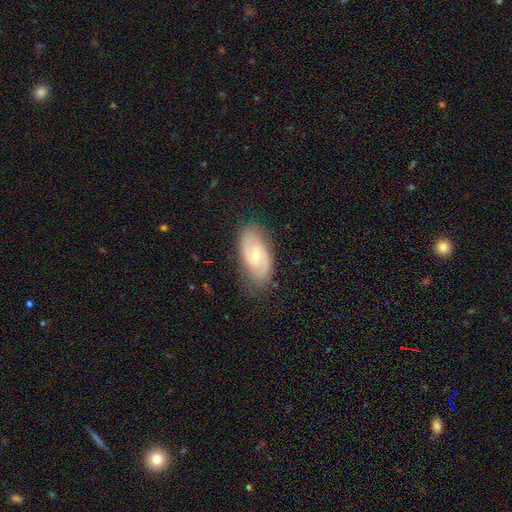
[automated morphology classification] Overall: featured or disk (75%). Edge-on disk: no (94%). Bar: no (54%; weak 39%). Spiral arms: yes (91%). Spiral arm count: 2 (83%). Spiral winding: medium (43%, tied with tight). Bulge size: moderate (50%; small 47%). Merging: none (81%).